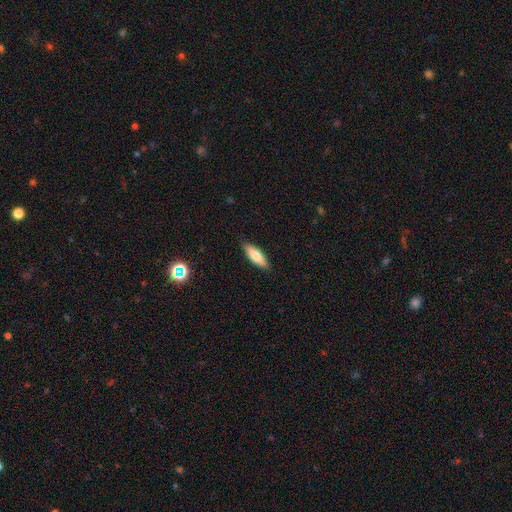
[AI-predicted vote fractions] A smooth galaxy with no disk features (72%) that is in between round and cigar-shaped (57%). Merging: none (88%).